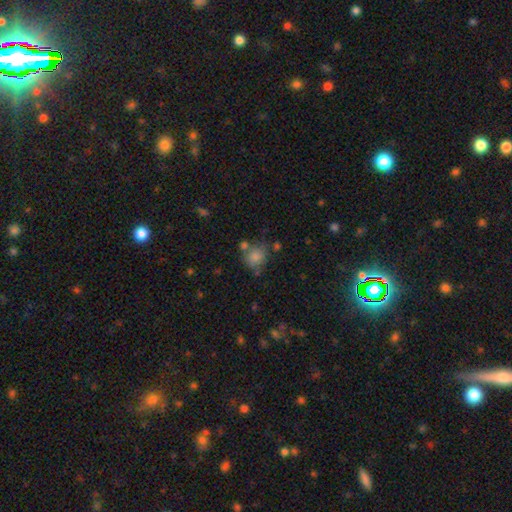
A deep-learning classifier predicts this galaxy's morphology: Smooth or featured: smooth — 78% (star or artifact — 13%)
How rounded: round — 71% (in between — 28%)
Merging: none — 61% (minor disturbance — 17%)